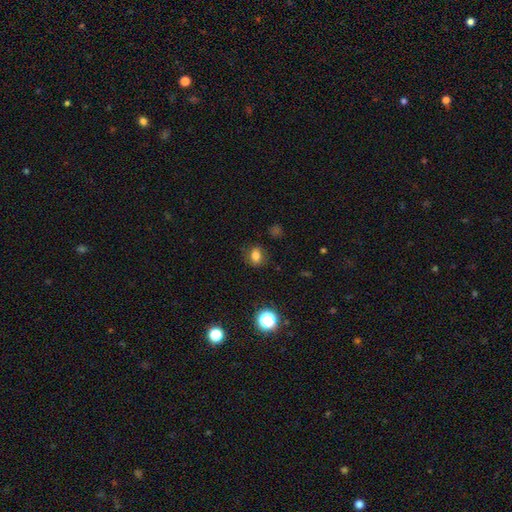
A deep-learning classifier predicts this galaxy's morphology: type=smooth (76%); roundness=in between (51%); merging=none (79%).